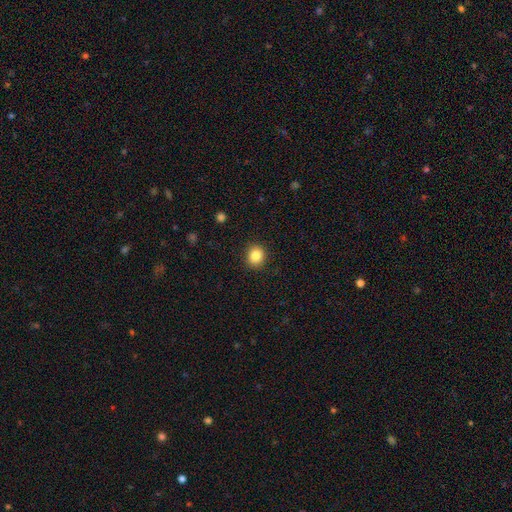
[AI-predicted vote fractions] Smooth or featured? smooth (85%)
How rounded? round (80%)
Merging? none (91%)